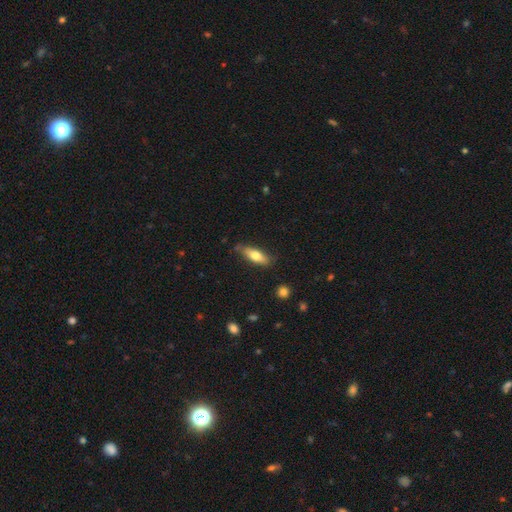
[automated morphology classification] This is likely a smooth galaxy (68%). How rounded: possibly in between (60%). Merging: likely none (75%).